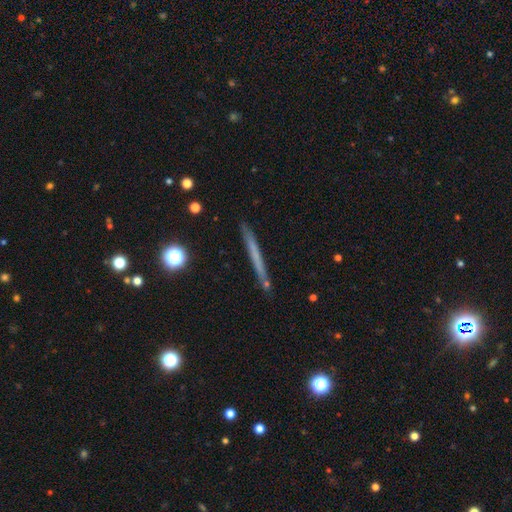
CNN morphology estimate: smooth_or_featured: smooth (p=0.49) [alt: featured or disk p=0.43]
merging: none (p=0.87) [alt: minor disturbance p=0.09]